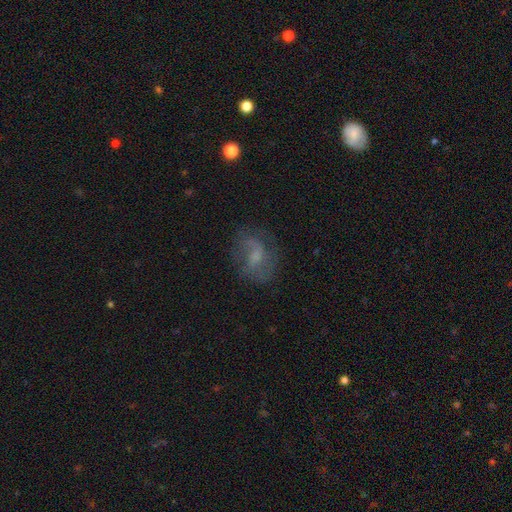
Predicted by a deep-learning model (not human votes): Smooth or featured? Predicted: featured or disk (p=0.57). Edge-on disk? Predicted: no (p=0.97). Bar? Predicted: weak (p=0.46). Spiral arms? Predicted: yes (p=0.77). Bulge size? Predicted: small (p=0.37). Merging? Predicted: none (p=0.62).